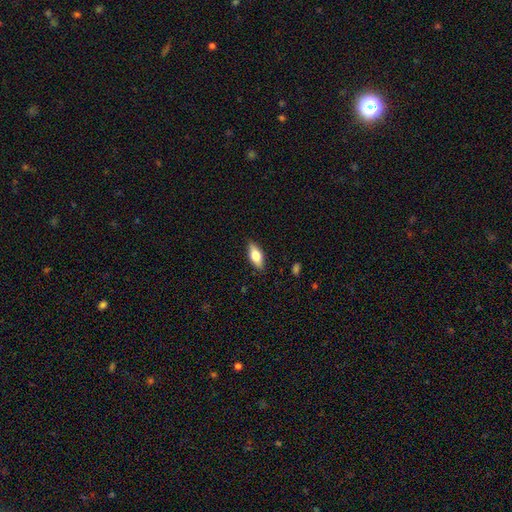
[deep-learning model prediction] Overall: smooth (64%; featured or disk 29%). How rounded: in between (76%). Merging: none (86%).